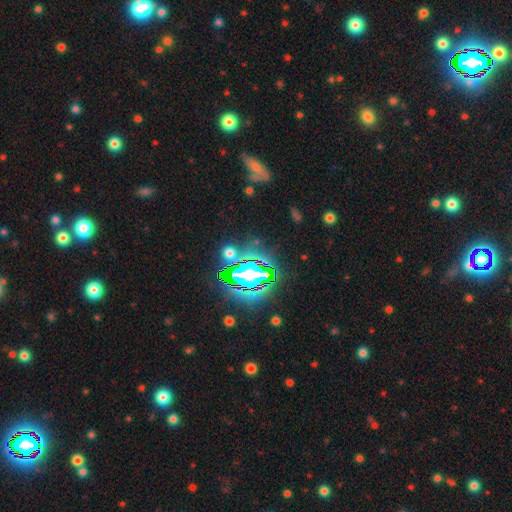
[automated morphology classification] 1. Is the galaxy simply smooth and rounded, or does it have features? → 83% star or artifact, 9% smooth, 7% featured or disk.